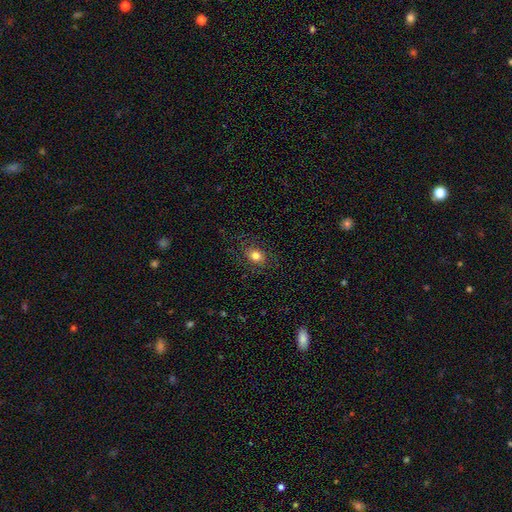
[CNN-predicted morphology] Q: Smooth or featured?
A: smooth (76%); runner-up: featured or disk (13%)
Q: How rounded?
A: in between (62%); runner-up: round (37%)
Q: Merging?
A: none (80%); runner-up: minor disturbance (14%)